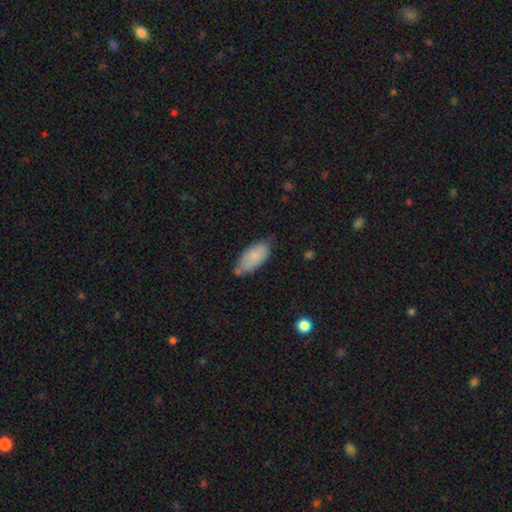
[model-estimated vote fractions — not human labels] The model was most divided on "merging": none: 62%, minor disturbance: 27%, merger: 7%, major disturbance: 5%. More confident: how rounded — in between (88%); smooth or featured — smooth (82%).